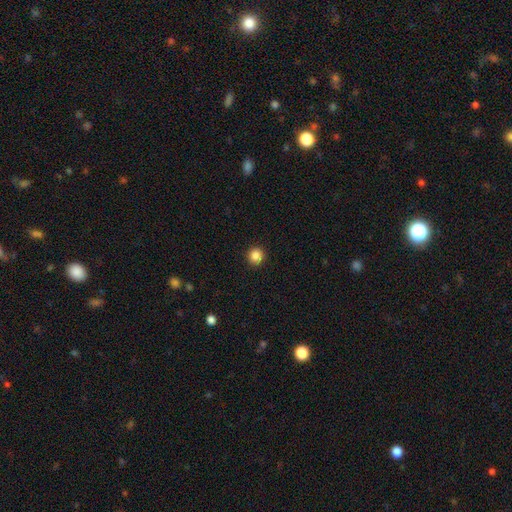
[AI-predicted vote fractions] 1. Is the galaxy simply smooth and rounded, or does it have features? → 86% smooth, 11% star or artifact, 3% featured or disk.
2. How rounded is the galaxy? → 93% round, 6% in between, 1% cigar-shaped.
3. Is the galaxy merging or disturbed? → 92% none, 5% minor disturbance, 2% major disturbance, 1% merger.